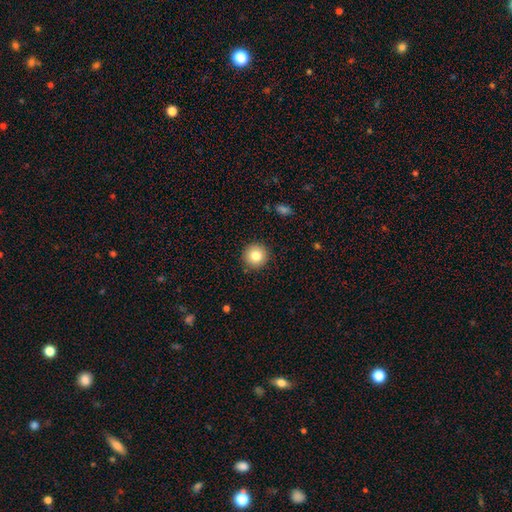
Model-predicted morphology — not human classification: Smooth or featured: smooth — 81% (star or artifact — 10%)
How rounded: round — 95% (in between — 4%)
Merging: none — 91% (minor disturbance — 6%)